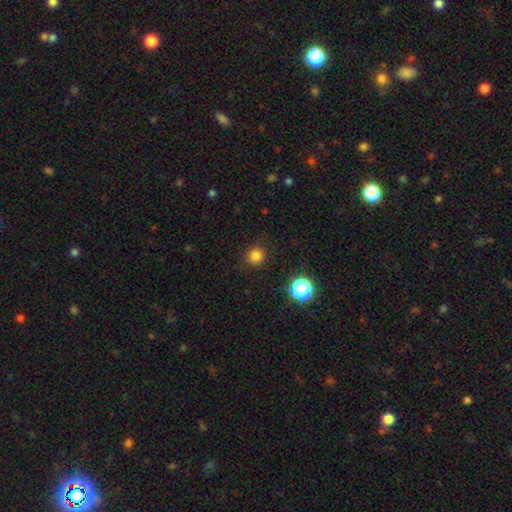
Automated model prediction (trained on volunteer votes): Morphology: type=smooth (81%); roundness=round (91%); merging=none (89%).